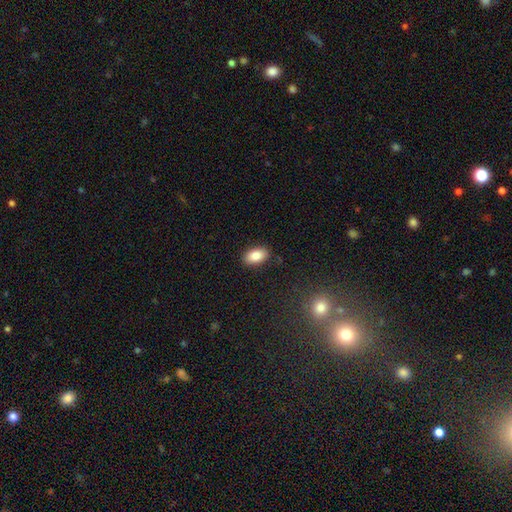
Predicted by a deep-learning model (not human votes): smooth-or-featured: smooth: 86% | star or artifact: 8% | featured or disk: 6%
  how-rounded: in between: 92% | round: 6% | cigar-shaped: 2%
  merging: none: 88% | minor disturbance: 9% | major disturbance: 2% | merger: 1%